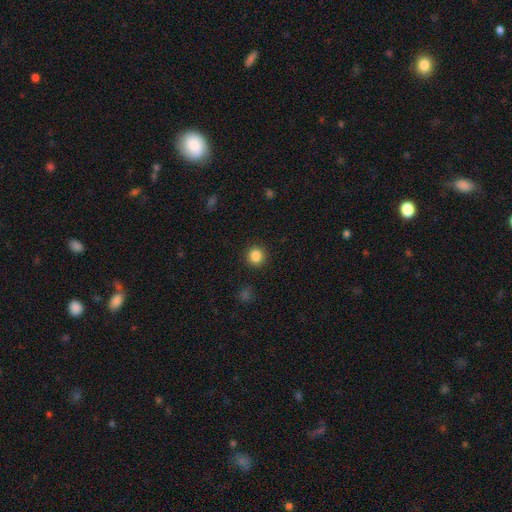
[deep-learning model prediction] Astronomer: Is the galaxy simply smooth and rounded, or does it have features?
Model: smooth — 86%.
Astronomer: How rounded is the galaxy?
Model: round — 92%.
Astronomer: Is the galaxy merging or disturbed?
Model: none — 91%.